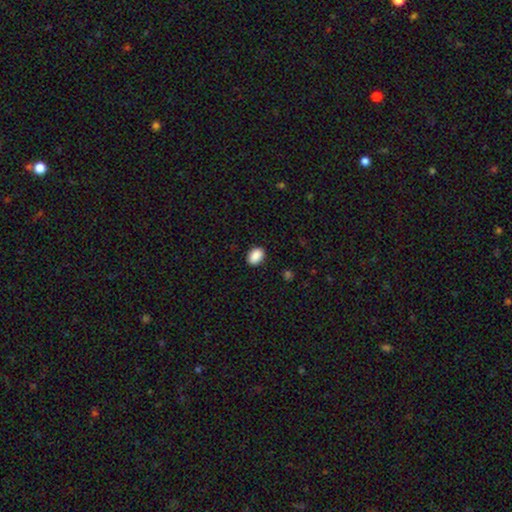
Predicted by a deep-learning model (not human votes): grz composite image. It shows a smooth galaxy with no disk features (90%) that is in between round and cigar-shaped (81%). Merging: none (89%).